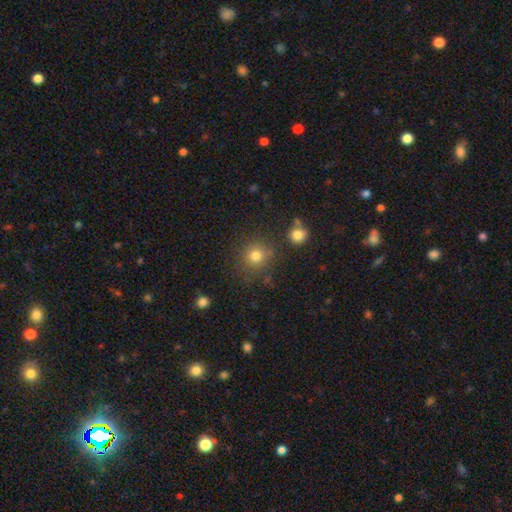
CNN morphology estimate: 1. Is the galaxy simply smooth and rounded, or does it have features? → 78% smooth, 15% star or artifact, 7% featured or disk.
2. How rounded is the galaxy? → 89% round, 10% in between, 1% cigar-shaped.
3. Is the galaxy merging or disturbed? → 80% none, 10% minor disturbance, 5% merger, 4% major disturbance.